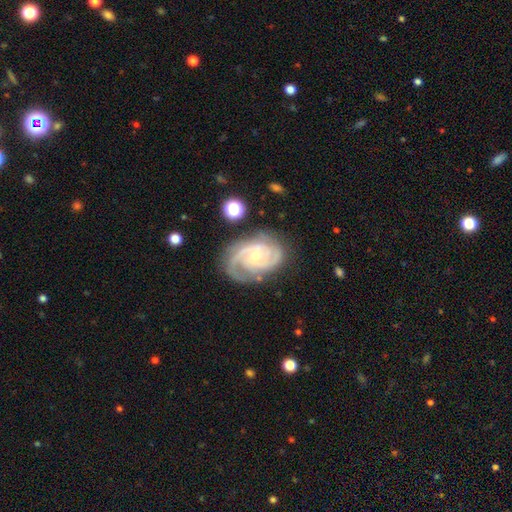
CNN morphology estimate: featured or disk 91%, smooth 5%, star or artifact 4%. Down the decision tree: edge-on disk — no (98%); bar — no (65%); spiral arms — yes (98%); spiral arm count — 2 (51%); spiral winding — tight (54%); bulge size — small (65%); merging — none (73%).